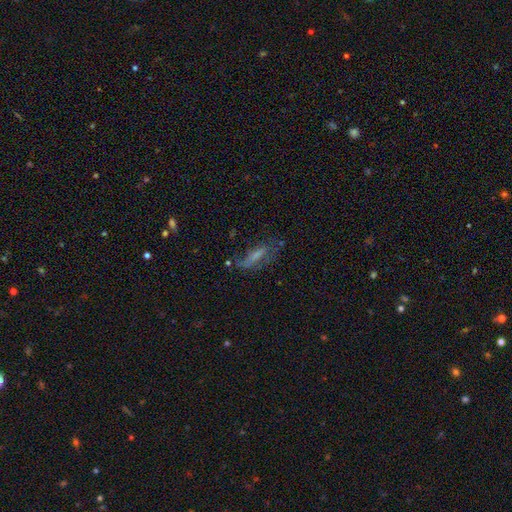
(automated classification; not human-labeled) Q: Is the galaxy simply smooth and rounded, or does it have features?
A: featured or disk — 46%.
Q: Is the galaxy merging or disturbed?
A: none — 47%.